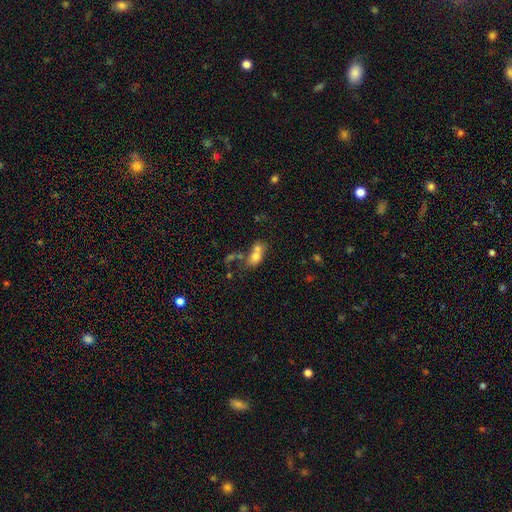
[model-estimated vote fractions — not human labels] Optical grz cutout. It shows a smooth galaxy with no disk features (69%) that is in between round and cigar-shaped (66%). Merging: merger (62%).